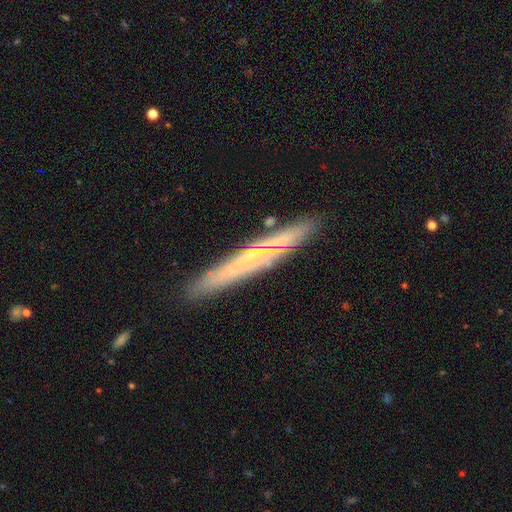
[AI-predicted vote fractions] This appears to be a featured or disk galaxy (60%) viewed edge-on (87%) with no central bulge (70%). Merging: none (85%).